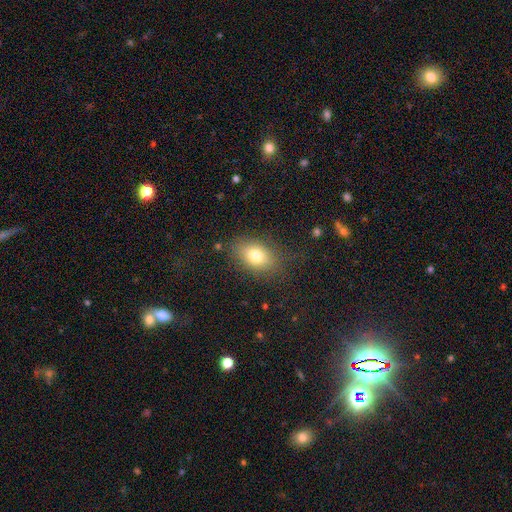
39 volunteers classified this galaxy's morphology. This is clearly a smooth galaxy (92%). How rounded: clearly in between (83%). Merging: likely none (68%).